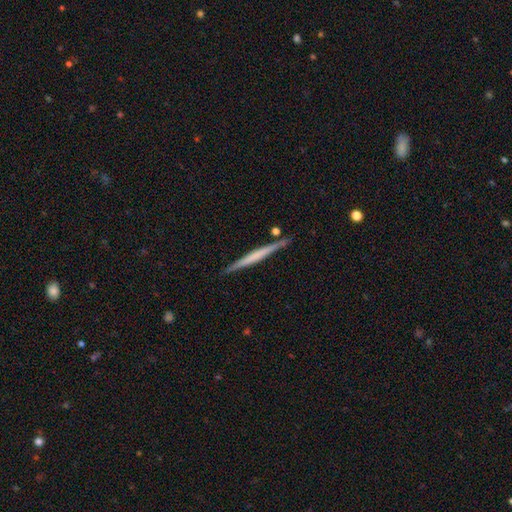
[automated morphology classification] Smooth or featured?
  - featured or disk: 54% *
  - smooth: 41%
  - star or artifact: 5%
Edge-on disk?
  - yes: 98% *
  - no: 2%
Edge-on bulge?
  - none: 78% *
  - rounded: 12%
  - boxy: 10%
Merging?
  - none: 87% *
  - minor disturbance: 9%
  - merger: 3%
  - major disturbance: 2%